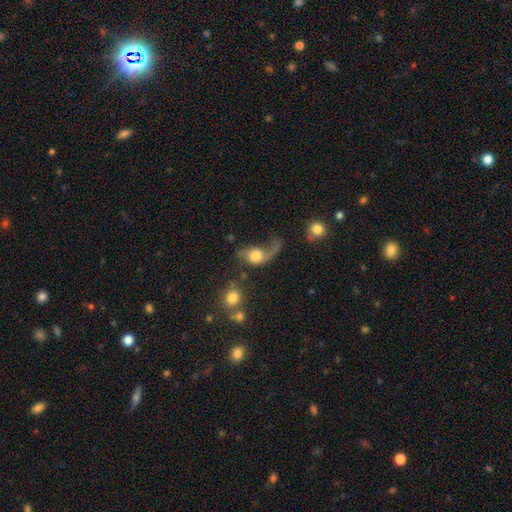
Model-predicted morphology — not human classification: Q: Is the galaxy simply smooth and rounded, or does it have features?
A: featured or disk — 52%.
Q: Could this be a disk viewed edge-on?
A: no — 95%.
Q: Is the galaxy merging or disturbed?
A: major disturbance — 44%.